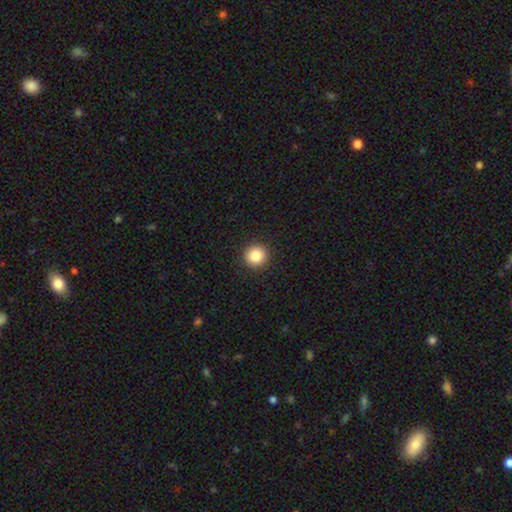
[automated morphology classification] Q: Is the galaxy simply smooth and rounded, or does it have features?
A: smooth — 85%.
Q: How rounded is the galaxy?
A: round — 94%.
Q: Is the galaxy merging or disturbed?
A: none — 93%.